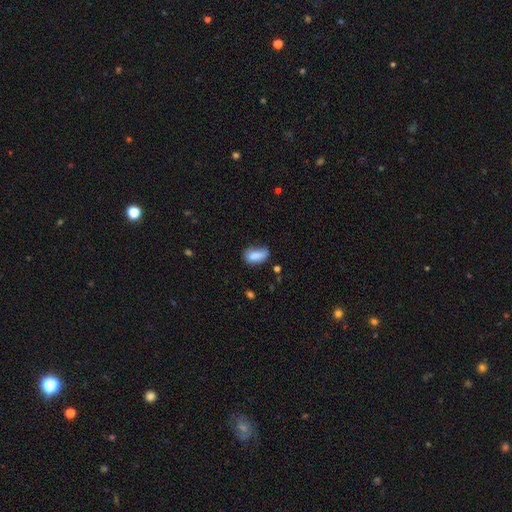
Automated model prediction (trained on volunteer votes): Smooth or featured? smooth (82%)
How rounded? in between (87%)
Merging? none (48%)